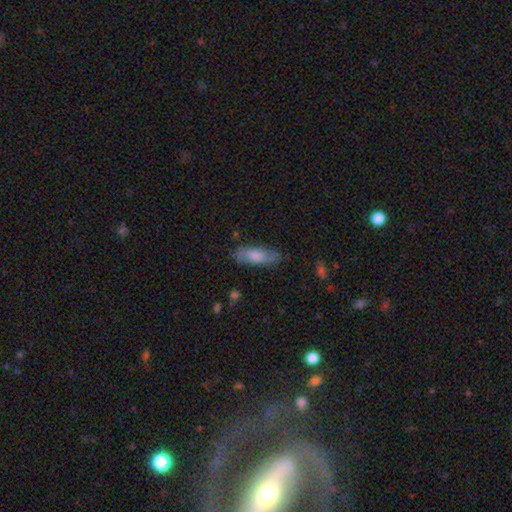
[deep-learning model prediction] A smooth galaxy with no disk features (69%) that is in between round and cigar-shaped (60%). Merging: none (76%).